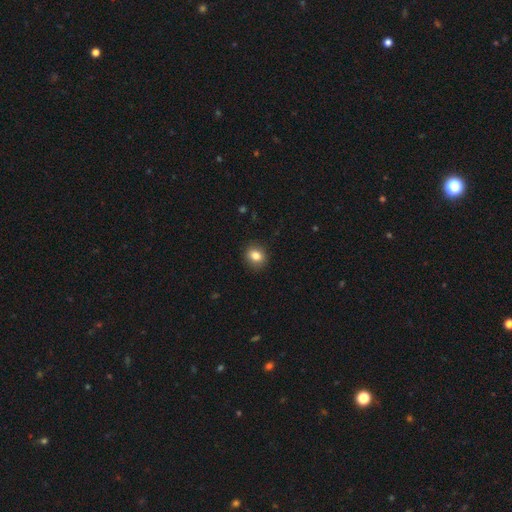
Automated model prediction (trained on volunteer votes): A smooth galaxy with no disk features (83%) that is round (68%). Merging: none (90%).